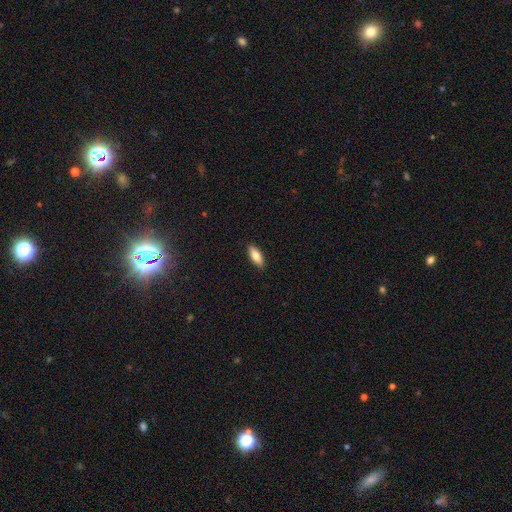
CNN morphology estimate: A smooth galaxy with no disk features (80%) that is in between round and cigar-shaped (73%). Merging: none (90%).